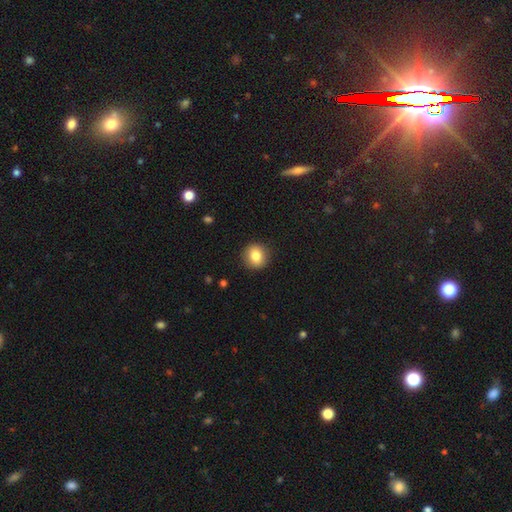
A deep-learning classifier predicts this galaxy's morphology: Q: Smooth or featured?
A: smooth (83%); runner-up: star or artifact (9%)
Q: How rounded?
A: round (87%); runner-up: in between (12%)
Q: Merging?
A: none (90%); runner-up: minor disturbance (7%)